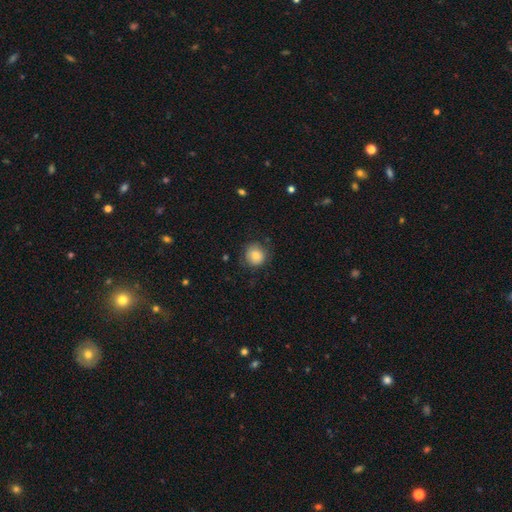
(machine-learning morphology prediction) A smooth galaxy with no disk features (81%) that is round (90%).

Vote fractions:
- Smooth or featured? smooth: 81% / featured or disk: 10% / star or artifact: 9%
- How rounded? round: 90% / in between: 9% / cigar-shaped: 1%
- Merging? none: 78% / minor disturbance: 16% / major disturbance: 5% / merger: 1%